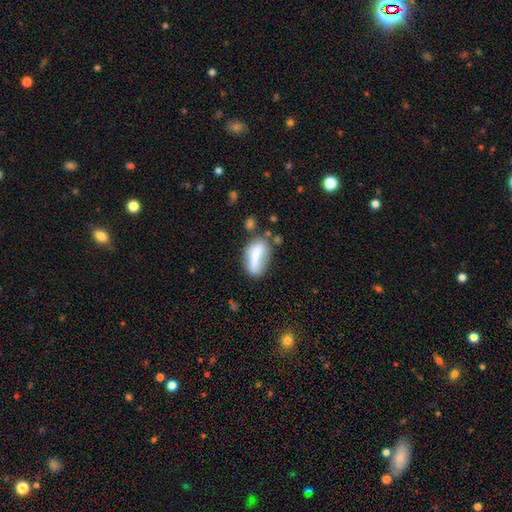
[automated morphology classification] Smooth or featured?
  - smooth: 68% *
  - featured or disk: 24%
  - star or artifact: 8%
How rounded?
  - in between: 76% *
  - cigar-shaped: 19%
  - round: 5%
Merging?
  - none: 47% *
  - minor disturbance: 24%
  - merger: 15%
  - major disturbance: 14%